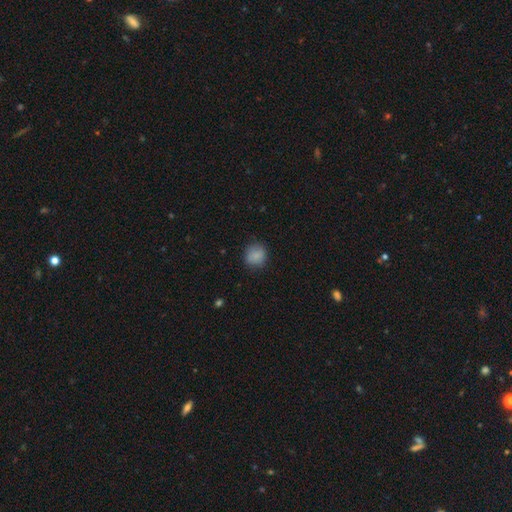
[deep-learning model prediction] Smooth or featured? smooth (85%)
How rounded? round (86%)
Merging? none (83%)